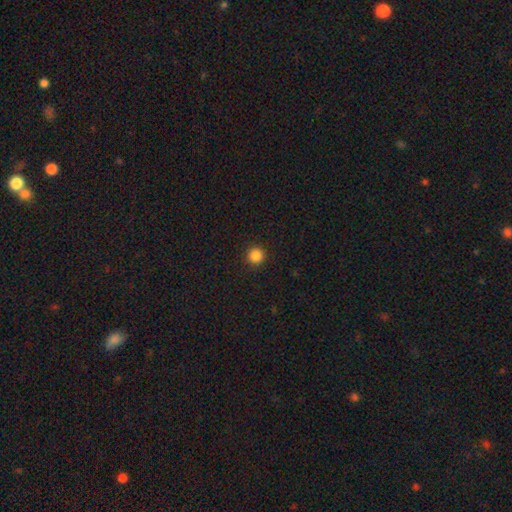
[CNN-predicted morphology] This is clearly a smooth galaxy (85%). How rounded: clearly round (96%). Merging: clearly none (93%).